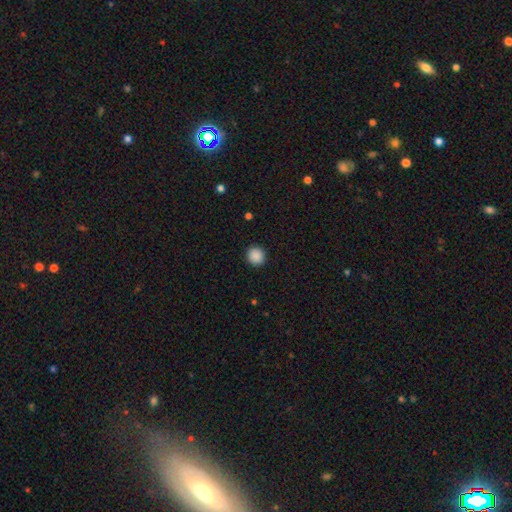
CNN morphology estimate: Smooth or featured? Predicted: smooth (p=0.89). How rounded? Predicted: round (p=0.93). Merging? Predicted: none (p=0.92).